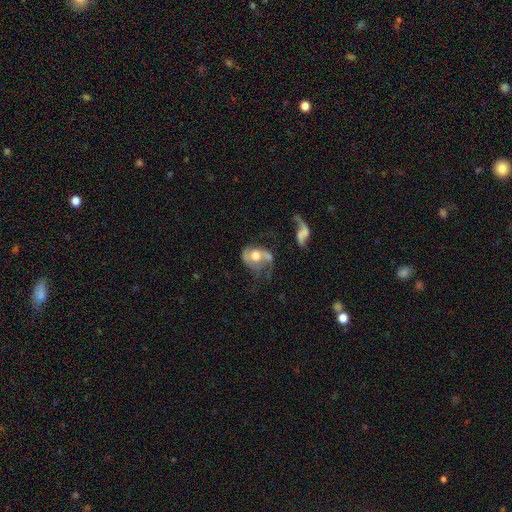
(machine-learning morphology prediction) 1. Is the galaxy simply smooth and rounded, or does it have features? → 70% featured or disk, 24% smooth, 7% star or artifact.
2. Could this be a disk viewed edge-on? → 97% no, 3% yes.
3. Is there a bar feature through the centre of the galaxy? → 73% no, 21% weak, 5% strong.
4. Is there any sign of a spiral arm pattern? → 75% yes, 25% no.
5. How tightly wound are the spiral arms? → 43% loose, 38% medium, 19% tight.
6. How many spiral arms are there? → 65% 2, 16% 1, 13% can't tell, 3% 3, 2% 4, 2% more than 4.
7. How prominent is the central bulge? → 56% moderate, 32% large, 7% small, 3% none, 3% dominant.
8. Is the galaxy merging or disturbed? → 35% major disturbance, 28% none, 19% minor disturbance, 17% merger.